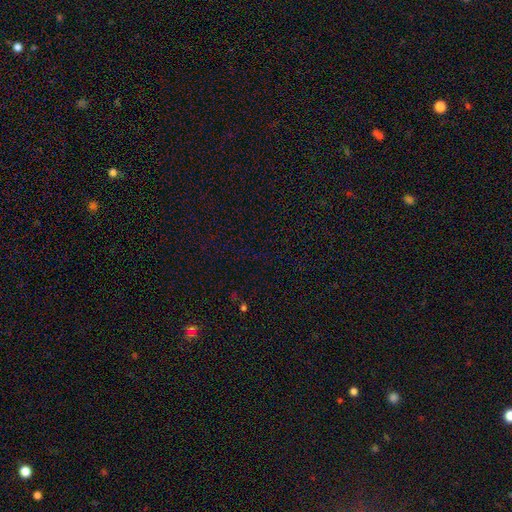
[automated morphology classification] The model was most divided on "smooth or featured": star or artifact: 74%, smooth: 16%, featured or disk: 9%.